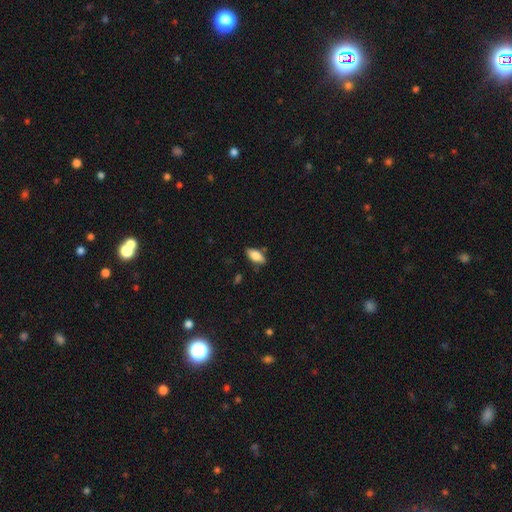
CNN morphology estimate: A smooth galaxy with no disk features (80%) that is in between round and cigar-shaped (87%). Merging: none (79%).